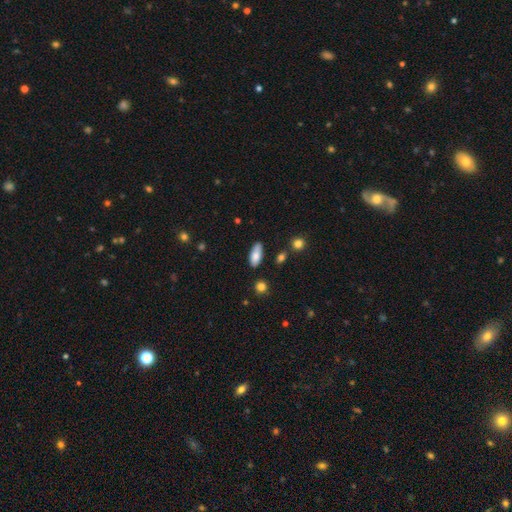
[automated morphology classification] smooth_or_featured: smooth (p=0.81) [alt: featured or disk p=0.12]
how_rounded: in between (p=0.84) [alt: cigar-shaped p=0.14]
merging: none (p=0.79) [alt: minor disturbance p=0.16]